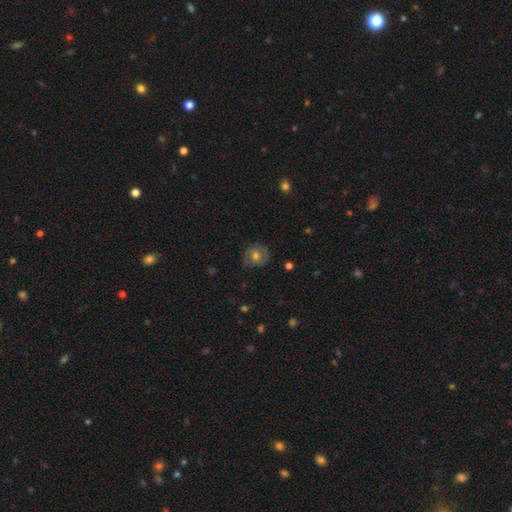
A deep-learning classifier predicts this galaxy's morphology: A smooth galaxy with no disk features (61%) that is round (83%).

Vote fractions:
- Smooth or featured? smooth: 61% / featured or disk: 30% / star or artifact: 9%
- How rounded? round: 83% / in between: 16% / cigar-shaped: 1%
- Merging? none: 76% / minor disturbance: 18% / major disturbance: 5% / merger: 1%